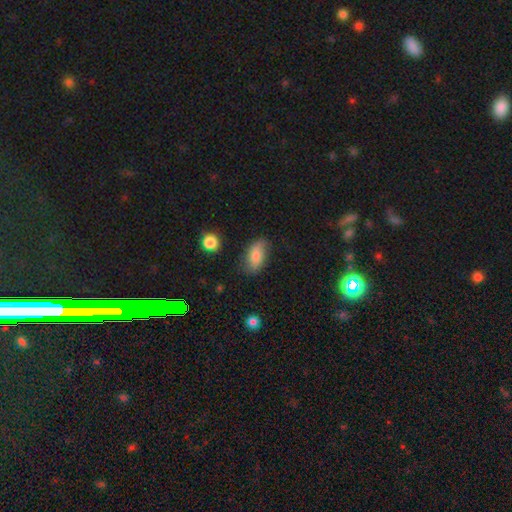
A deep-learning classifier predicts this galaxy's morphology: Smooth or featured? smooth (81%)
How rounded? in between (91%)
Merging? none (74%)